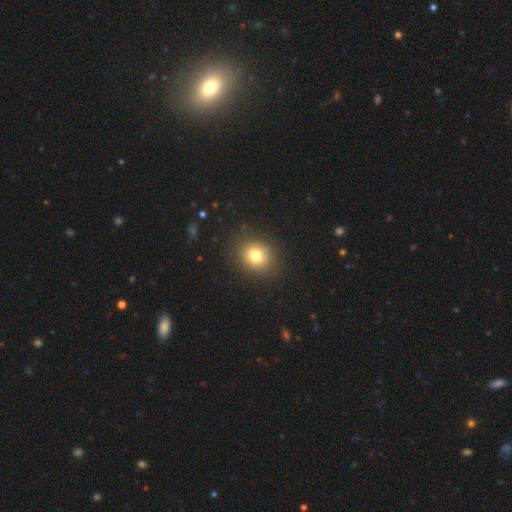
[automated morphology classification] type=smooth (78%); roundness=round (76%); merging=none (86%).